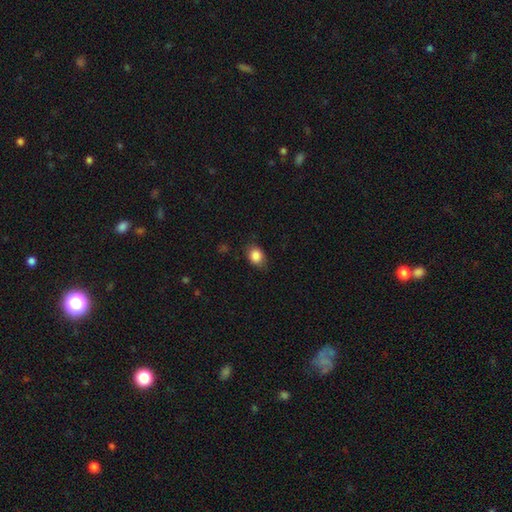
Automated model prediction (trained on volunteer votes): smooth-or-featured: smooth: 86% | star or artifact: 9% | featured or disk: 5%
  how-rounded: in between: 52% | round: 47% | cigar-shaped: 1%
  merging: none: 76% | minor disturbance: 19% | major disturbance: 4% | merger: 1%